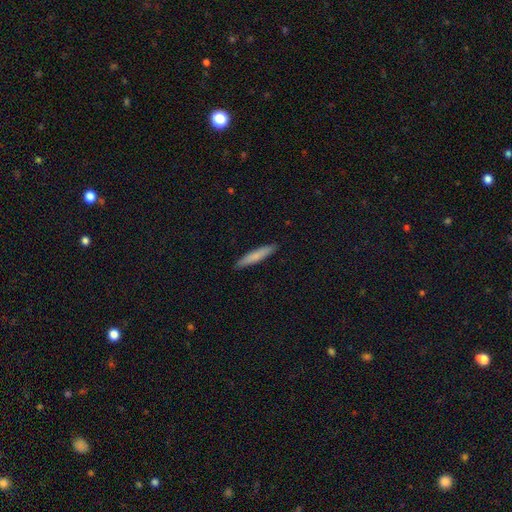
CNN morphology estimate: Q: Smooth or featured?
A: smooth (77%); runner-up: featured or disk (17%)
Q: How rounded?
A: cigar-shaped (93%); runner-up: in between (6%)
Q: Merging?
A: none (91%); runner-up: minor disturbance (6%)